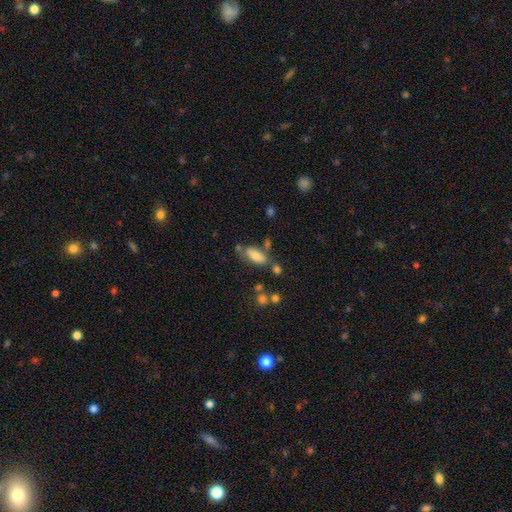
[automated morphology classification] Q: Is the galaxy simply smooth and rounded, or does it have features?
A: smooth — 74%.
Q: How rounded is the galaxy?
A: in between — 83%.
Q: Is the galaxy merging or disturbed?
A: none — 56%.